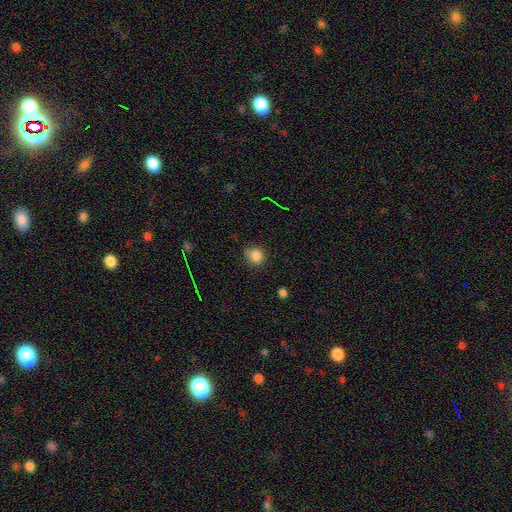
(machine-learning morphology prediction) smooth_or_featured: smooth (p=0.83) [alt: star or artifact p=0.12]
how_rounded: round (p=0.84) [alt: in between p=0.15]
merging: none (p=0.72) [alt: minor disturbance p=0.22]